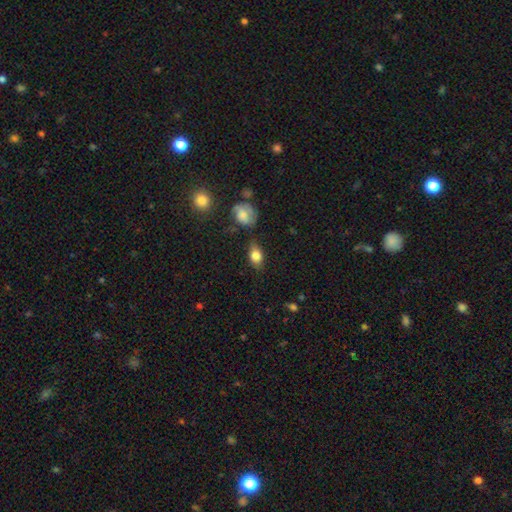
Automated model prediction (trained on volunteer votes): Smooth or featured? Predicted: smooth (p=0.80). How rounded? Predicted: in between (p=0.82). Merging? Predicted: none (p=0.72).